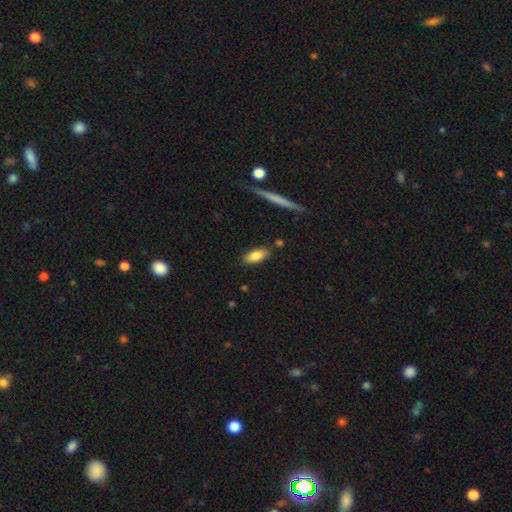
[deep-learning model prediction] Morphology: type=smooth (83%); roundness=in between (82%); merging=none (83%).